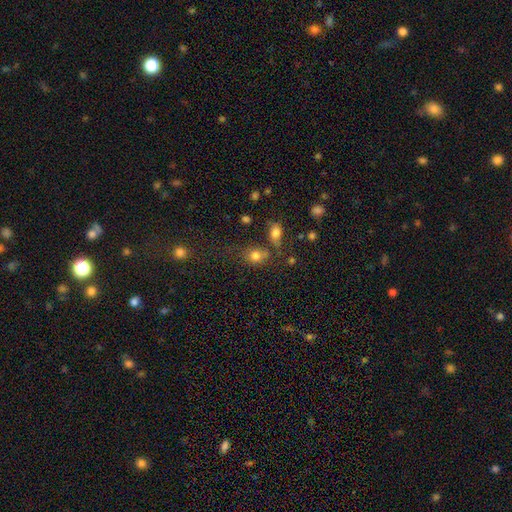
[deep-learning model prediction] Smooth or featured?
  - smooth: 78% *
  - star or artifact: 13%
  - featured or disk: 8%
How rounded?
  - round: 62% *
  - in between: 37%
  - cigar-shaped: 1%
Merging?
  - none: 56% *
  - merger: 20%
  - minor disturbance: 16%
  - major disturbance: 9%